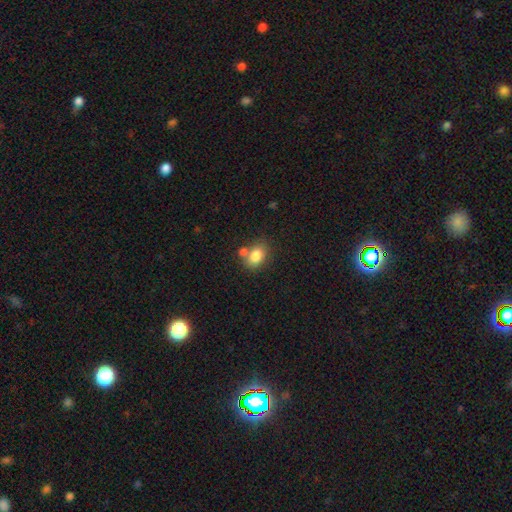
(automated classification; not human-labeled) Smooth or featured?
  - smooth: 83% *
  - star or artifact: 9%
  - featured or disk: 9%
How rounded?
  - in between: 73% *
  - round: 25%
  - cigar-shaped: 1%
Merging?
  - none: 59% *
  - merger: 23%
  - minor disturbance: 14%
  - major disturbance: 4%